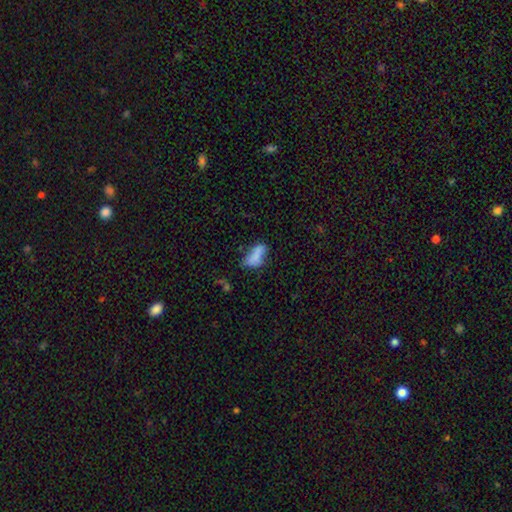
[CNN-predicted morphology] smooth-or-featured: smooth: 70% | featured or disk: 19% | star or artifact: 11%
  how-rounded: in between: 85% | cigar-shaped: 12% | round: 4%
  merging: none: 38% | minor disturbance: 28% | major disturbance: 20% | merger: 13%